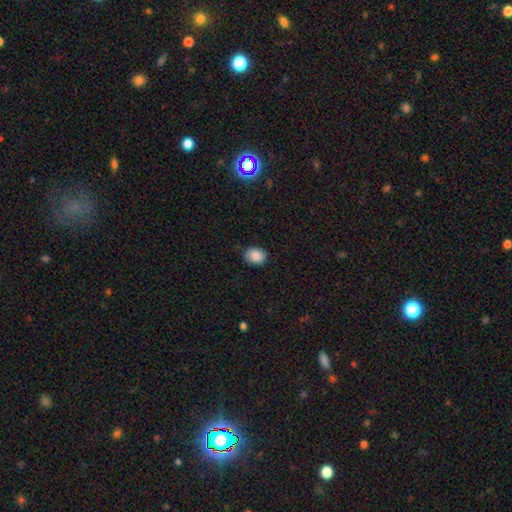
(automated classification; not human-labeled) Q: Smooth or featured?
A: smooth (87%); runner-up: star or artifact (8%)
Q: How rounded?
A: in between (54%); runner-up: round (45%)
Q: Merging?
A: none (85%); runner-up: minor disturbance (12%)